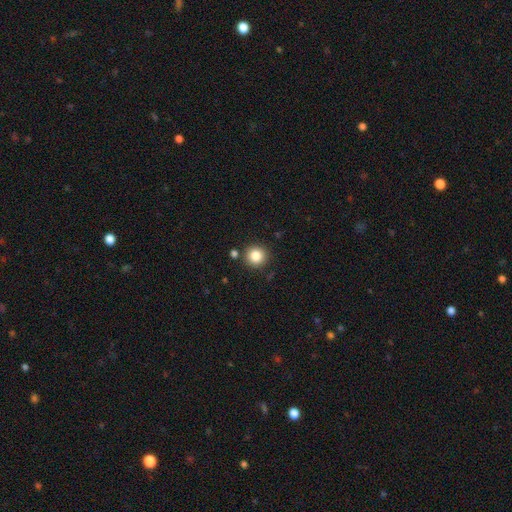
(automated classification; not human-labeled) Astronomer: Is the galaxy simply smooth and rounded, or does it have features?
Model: smooth — 84%.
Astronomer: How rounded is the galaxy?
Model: round — 93%.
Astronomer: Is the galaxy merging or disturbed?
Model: none — 87%.